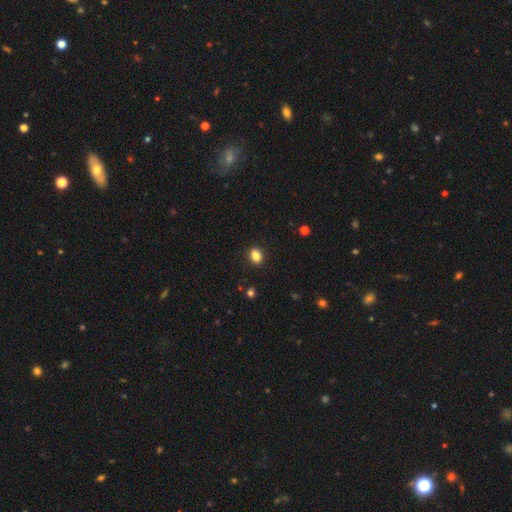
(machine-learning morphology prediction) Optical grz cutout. It shows a smooth galaxy with no disk features (85%) that is in between round and cigar-shaped (60%). Merging: none (90%).